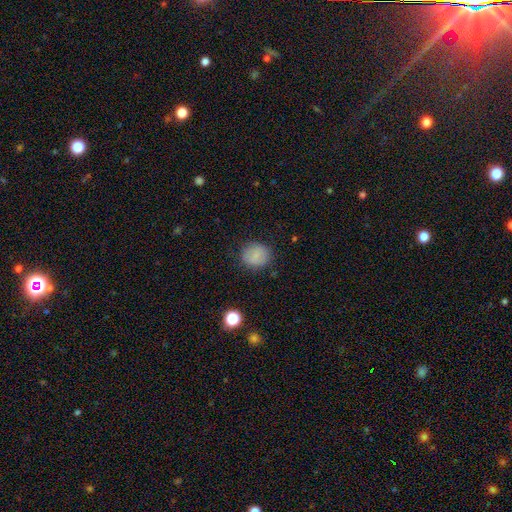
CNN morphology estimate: A smooth galaxy with no disk features (80%) that is round (70%).

Vote fractions:
- Smooth or featured? smooth: 80% / featured or disk: 11% / star or artifact: 10%
- How rounded? round: 70% / in between: 29% / cigar-shaped: 1%
- Merging? none: 83% / minor disturbance: 12% / major disturbance: 4% / merger: 1%